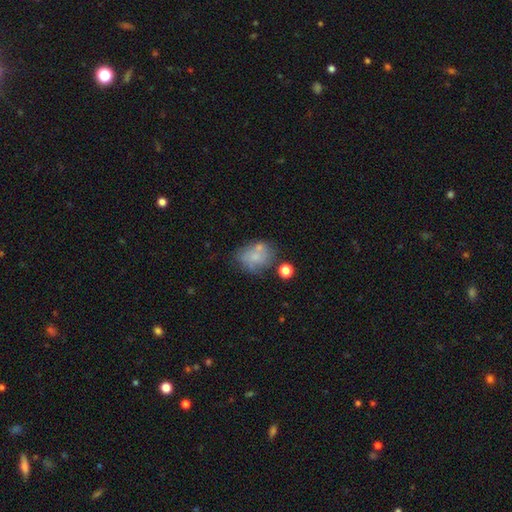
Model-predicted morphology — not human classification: Smooth or featured? smooth (58%)
How rounded? in between (51%)
Merging? none (40%)